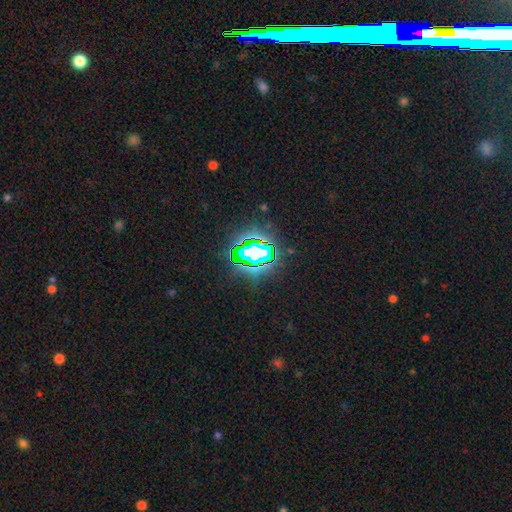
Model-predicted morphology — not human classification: Smooth or featured: star or artifact — 74% (smooth — 15%)